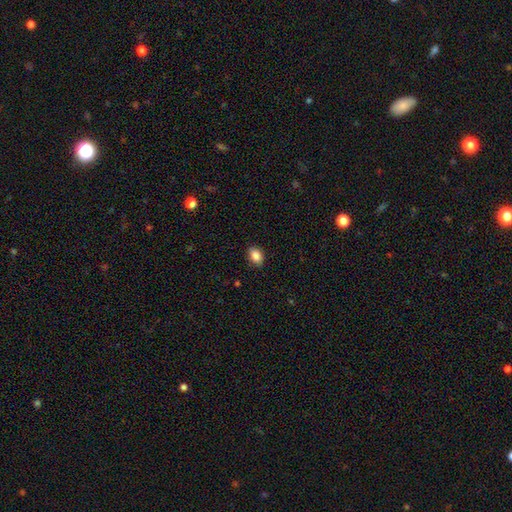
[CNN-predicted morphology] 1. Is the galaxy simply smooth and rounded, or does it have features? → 87% smooth, 8% star or artifact, 5% featured or disk.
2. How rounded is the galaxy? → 82% in between, 16% round, 1% cigar-shaped.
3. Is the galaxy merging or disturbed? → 87% none, 10% minor disturbance, 2% major disturbance, 1% merger.